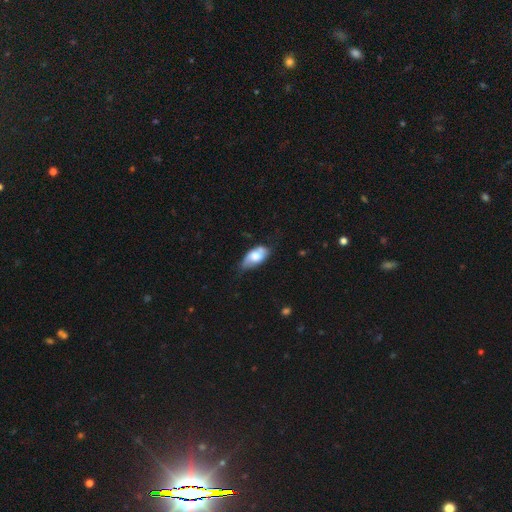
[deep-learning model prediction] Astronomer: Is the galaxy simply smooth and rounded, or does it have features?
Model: smooth — 63%.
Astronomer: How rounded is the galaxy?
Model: in between — 92%.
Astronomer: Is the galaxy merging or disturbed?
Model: minor disturbance — 41%, tied with none at 41%.